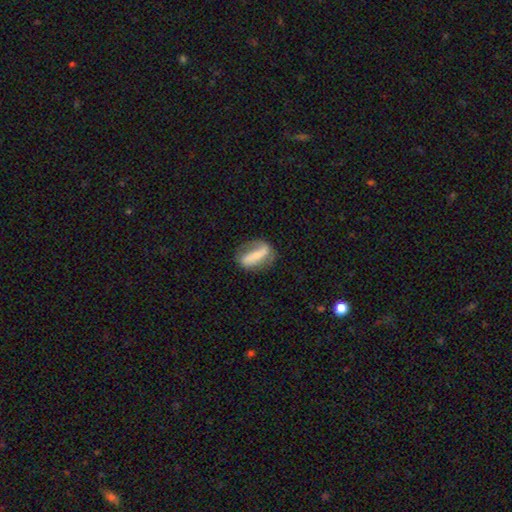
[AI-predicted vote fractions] smooth_or_featured: featured or disk (p=0.48) [alt: smooth p=0.45]
merging: none (p=0.53) [alt: minor disturbance p=0.25]